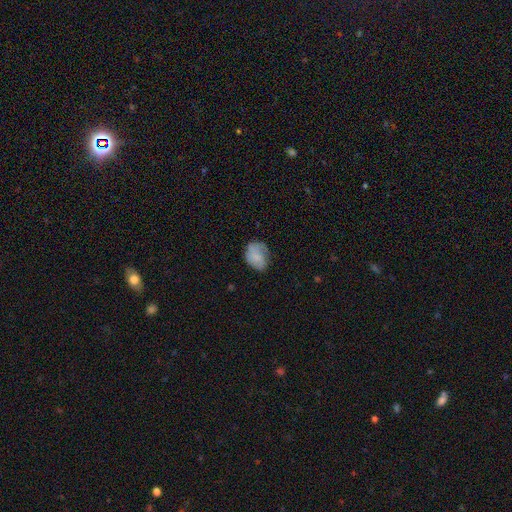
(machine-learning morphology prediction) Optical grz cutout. It shows a smooth galaxy with no disk features (69%) that is in between round and cigar-shaped (62%). Merging: none (51%).